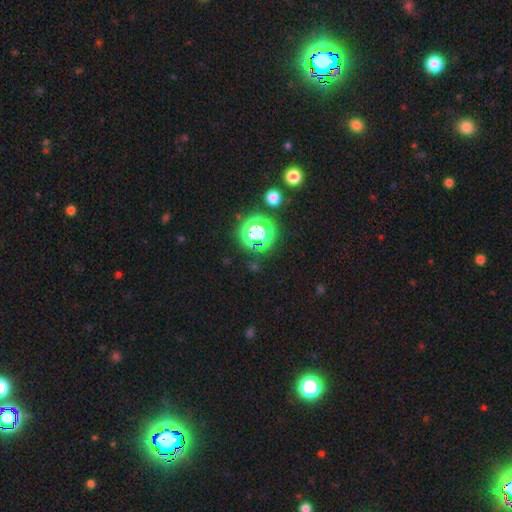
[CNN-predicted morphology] A star or artifact, not a galaxy (76%).